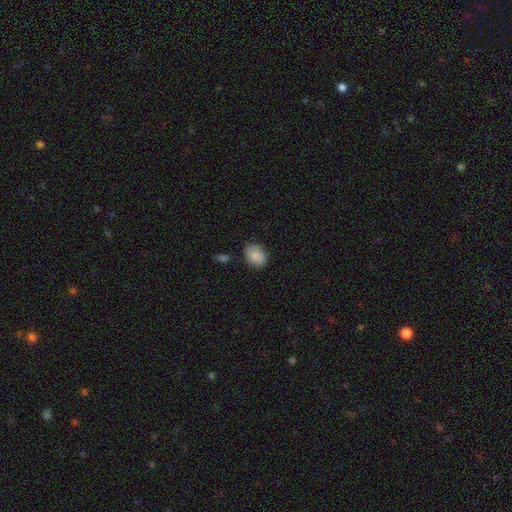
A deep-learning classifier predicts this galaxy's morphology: smooth 85%, featured or disk 7%, star or artifact 7%. Down the decision tree: how rounded — in between (66%); merging — none (78%).